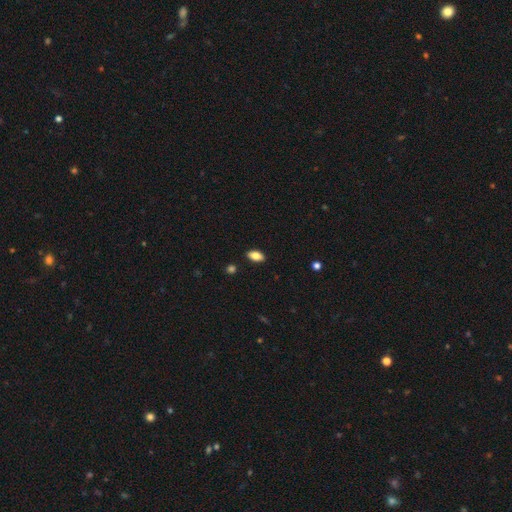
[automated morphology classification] Smooth or featured? Predicted: smooth (p=0.83). How rounded? Predicted: in between (p=0.92). Merging? Predicted: none (p=0.88).